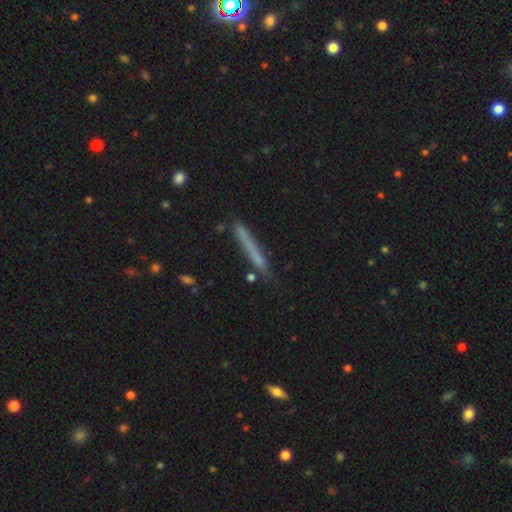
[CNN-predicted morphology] A smooth galaxy with no disk features (64%) that is cigar-shaped (96%).

Vote fractions:
- Smooth or featured? smooth: 64% / featured or disk: 29% / star or artifact: 8%
- How rounded? cigar-shaped: 96% / in between: 3% / round: 1%
- Merging? none: 80% / minor disturbance: 14% / merger: 3% / major disturbance: 3%